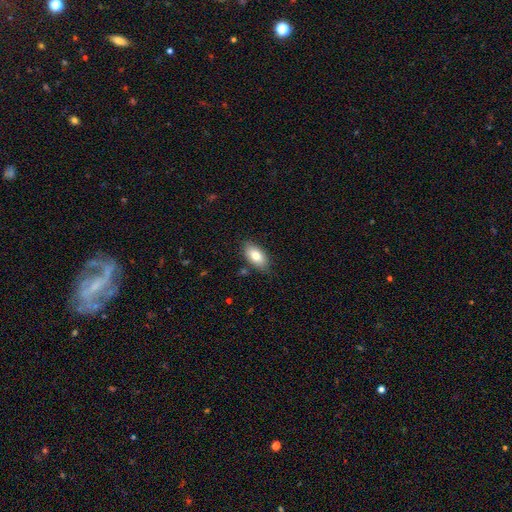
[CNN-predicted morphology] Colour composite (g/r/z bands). It shows a smooth galaxy with no disk features (79%) that is in between round and cigar-shaped (92%). Merging: none (82%).